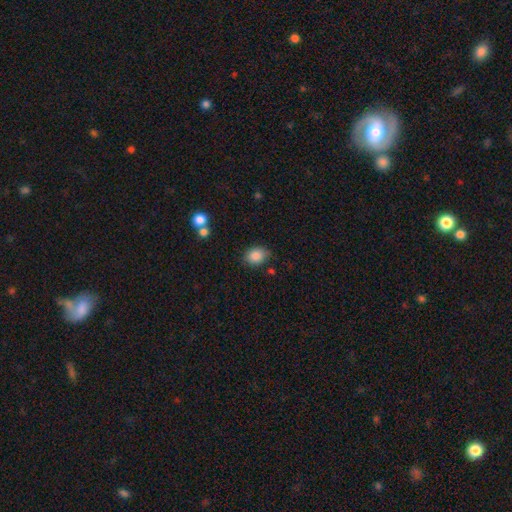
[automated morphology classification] Smooth or featured? Predicted: smooth (p=0.86). How rounded? Predicted: in between (p=0.62). Merging? Predicted: none (p=0.76).